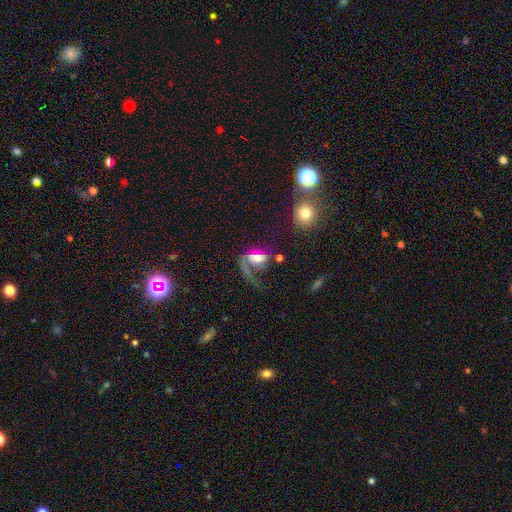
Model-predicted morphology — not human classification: This appears to be a featured or disk galaxy (62%) with no bar (54%), spiral arms (80%) and a moderate central bulge (51%). Merging: major disturbance (51%).